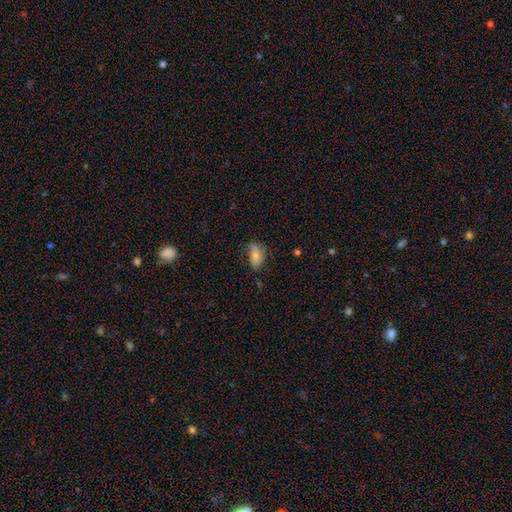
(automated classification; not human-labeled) This appears to be a smooth galaxy with no disk features (64%) that is in between round and cigar-shaped (88%). Merging: none (51%).